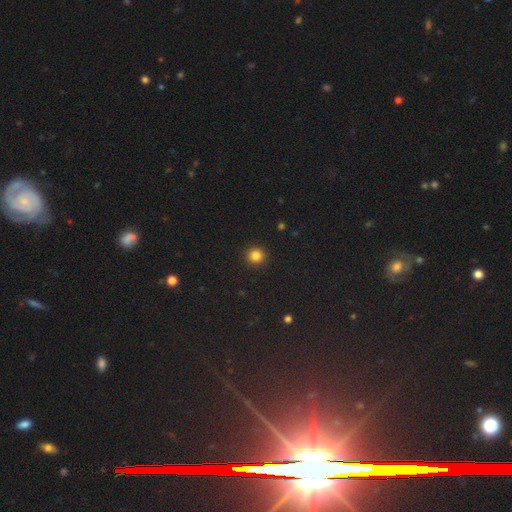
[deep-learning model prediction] Smooth or featured?
  - smooth: 84% *
  - star or artifact: 12%
  - featured or disk: 4%
How rounded?
  - round: 92% *
  - in between: 7%
  - cigar-shaped: 1%
Merging?
  - none: 93% *
  - minor disturbance: 5%
  - major disturbance: 2%
  - merger: 1%